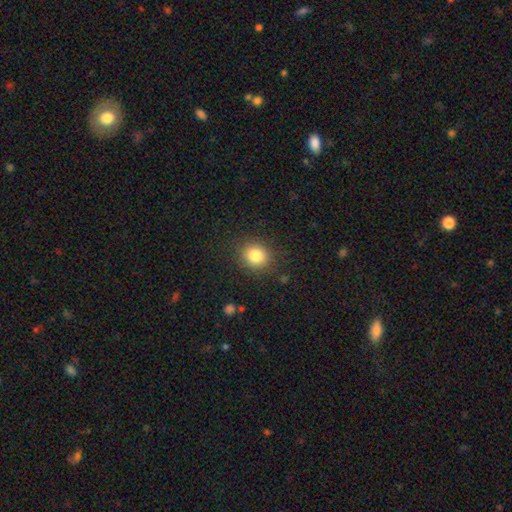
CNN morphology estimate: smooth_or_featured: smooth (p=0.83) [alt: star or artifact p=0.11]
how_rounded: round (p=0.82) [alt: in between p=0.18]
merging: none (p=0.88) [alt: minor disturbance p=0.08]